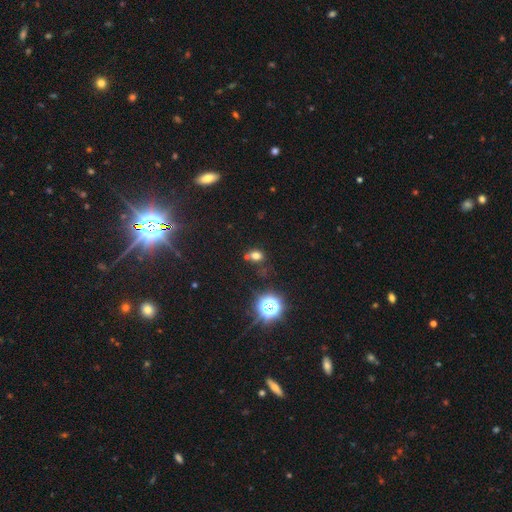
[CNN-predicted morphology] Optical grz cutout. It shows a smooth galaxy with no disk features (67%) that is round (52%). Merging: none (62%).